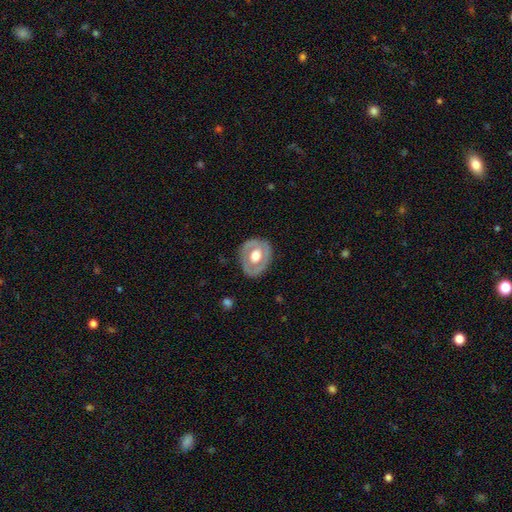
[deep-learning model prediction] A featured or disk galaxy (55%) with no bar (82%), no spiral arms (82%) and a large central bulge (50%).

Vote fractions:
- Smooth or featured? featured or disk: 55% / smooth: 40% / star or artifact: 5%
- Edge-on disk? no: 94% / yes: 6%
- Bar? no: 82% / weak: 14% / strong: 4%
- Spiral arms? no: 82% / yes: 18%
- Bulge size? large: 50% / moderate: 43% / dominant: 4% / small: 3% / none: 1%
- Merging? none: 79% / minor disturbance: 15% / major disturbance: 5% / merger: 1%